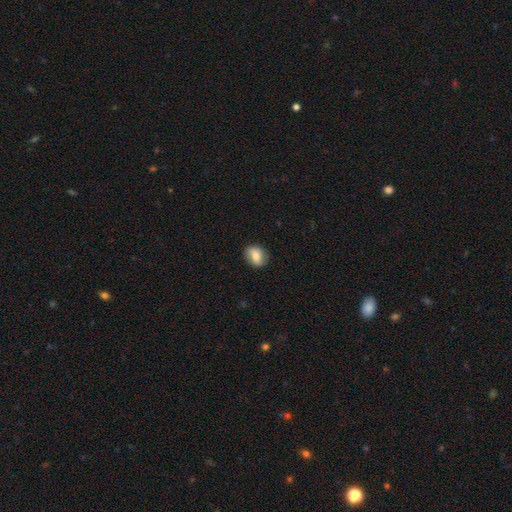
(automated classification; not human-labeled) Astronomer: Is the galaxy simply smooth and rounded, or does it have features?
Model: smooth — 66%.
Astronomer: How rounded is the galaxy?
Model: in between — 50% (runner-up: round, 48%).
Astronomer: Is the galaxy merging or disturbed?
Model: none — 84%.